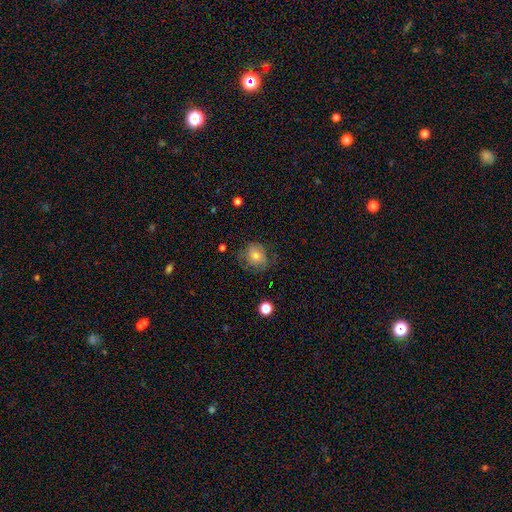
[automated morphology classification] type=smooth (66%); roundness=round (76%); merging=none (64%).